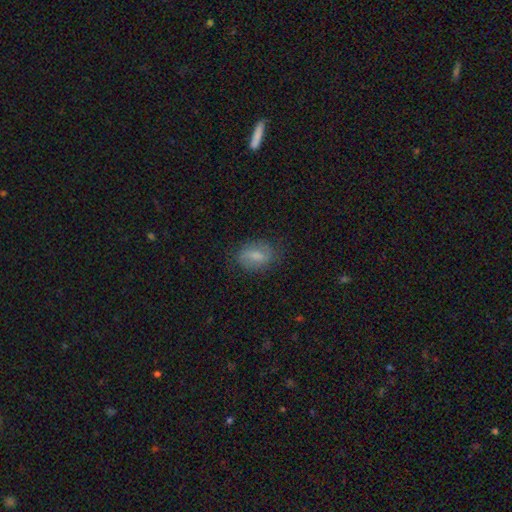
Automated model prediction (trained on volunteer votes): Morphology: type=smooth (62%); roundness=in between (77%); merging=none (75%).